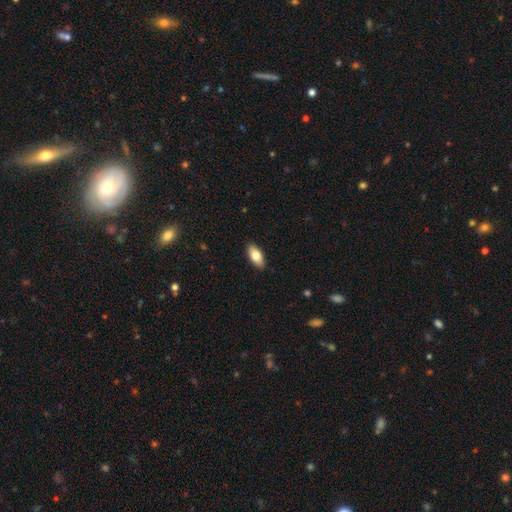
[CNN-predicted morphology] The model was most divided on "smooth or featured": smooth: 79%, featured or disk: 15%, star or artifact: 6%. More confident: merging — none (89%); how rounded — in between (88%).